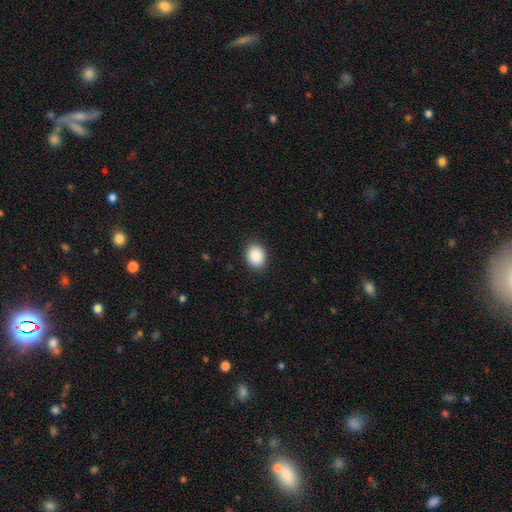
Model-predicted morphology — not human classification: A smooth galaxy with no disk features (90%) that is in between round and cigar-shaped (53%).

Vote fractions:
- Smooth or featured? smooth: 90% / star or artifact: 7% / featured or disk: 3%
- How rounded? in between: 53% / round: 46% / cigar-shaped: 1%
- Merging? none: 89% / minor disturbance: 8% / major disturbance: 2% / merger: 1%